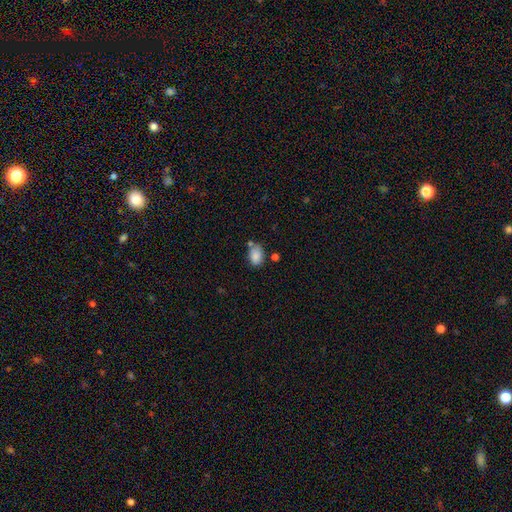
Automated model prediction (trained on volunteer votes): A smooth galaxy with no disk features (85%) that is in between round and cigar-shaped (83%).

Vote fractions:
- Smooth or featured? smooth: 85% / star or artifact: 8% / featured or disk: 6%
- How rounded? in between: 83% / round: 16% / cigar-shaped: 1%
- Merging? none: 60% / minor disturbance: 20% / merger: 14% / major disturbance: 5%